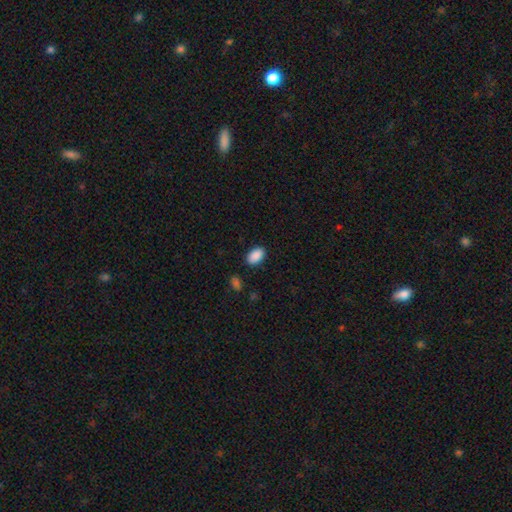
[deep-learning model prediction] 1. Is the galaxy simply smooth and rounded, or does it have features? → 90% smooth, 7% star or artifact, 3% featured or disk.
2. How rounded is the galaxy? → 92% in between, 7% round, 1% cigar-shaped.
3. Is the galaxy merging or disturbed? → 87% none, 9% minor disturbance, 2% major disturbance, 2% merger.